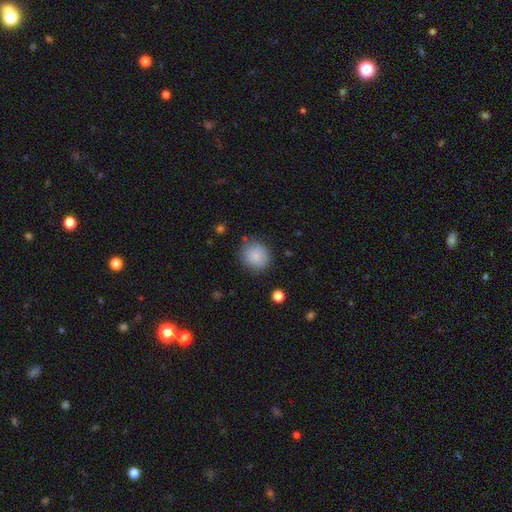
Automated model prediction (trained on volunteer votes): Q: Smooth or featured?
A: smooth (84%); runner-up: star or artifact (8%)
Q: How rounded?
A: round (83%); runner-up: in between (16%)
Q: Merging?
A: none (81%); runner-up: minor disturbance (13%)